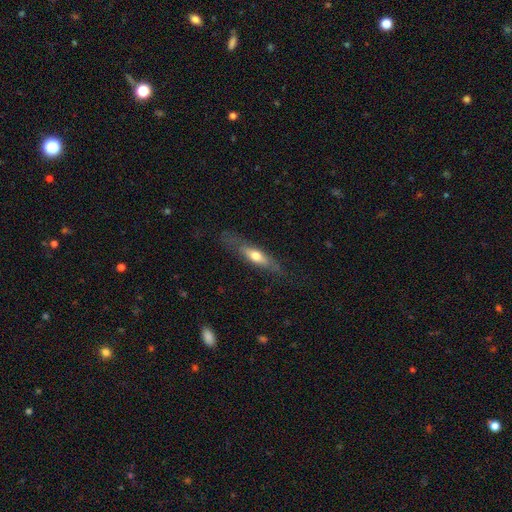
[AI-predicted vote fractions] smooth_or_featured: smooth (p=0.50) [alt: featured or disk p=0.44]
merging: none (p=0.73) [alt: minor disturbance p=0.18]